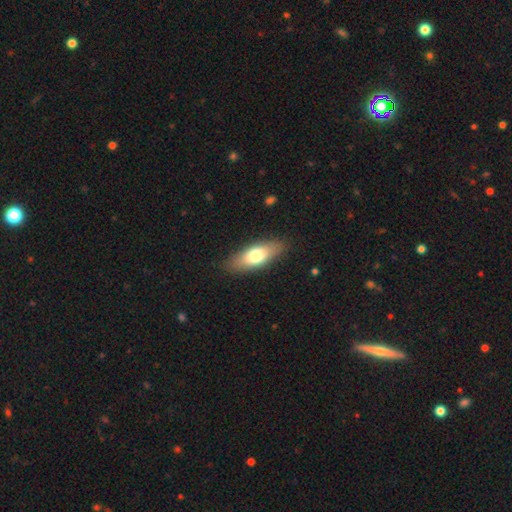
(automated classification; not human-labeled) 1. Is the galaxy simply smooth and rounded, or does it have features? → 70% smooth, 24% featured or disk, 6% star or artifact.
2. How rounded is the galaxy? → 71% in between, 26% cigar-shaped, 3% round.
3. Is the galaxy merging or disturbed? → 86% none, 10% minor disturbance, 3% major disturbance, 1% merger.